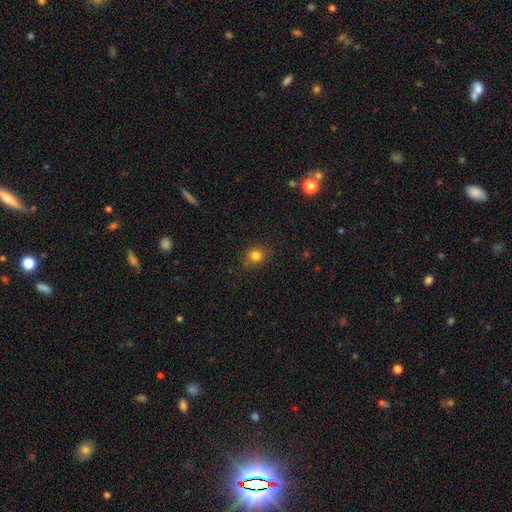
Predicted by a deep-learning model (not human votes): smooth_or_featured: smooth (p=0.81) [alt: star or artifact p=0.13]
how_rounded: round (p=0.79) [alt: in between p=0.20]
merging: none (p=0.86) [alt: minor disturbance p=0.10]